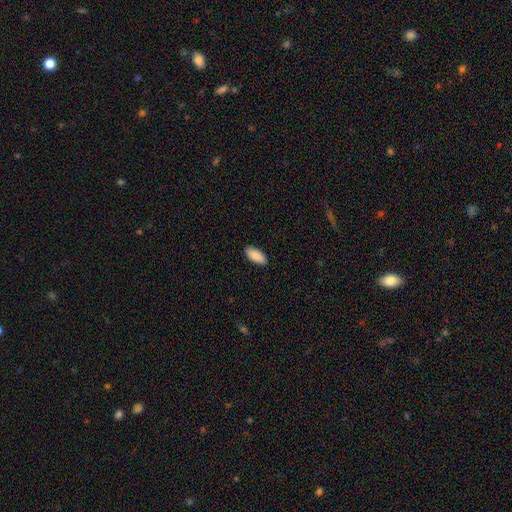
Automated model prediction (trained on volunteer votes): smooth_or_featured: smooth (p=0.91) [alt: star or artifact p=0.06]
how_rounded: in between (p=0.86) [alt: cigar-shaped p=0.12]
merging: none (p=0.90) [alt: minor disturbance p=0.07]